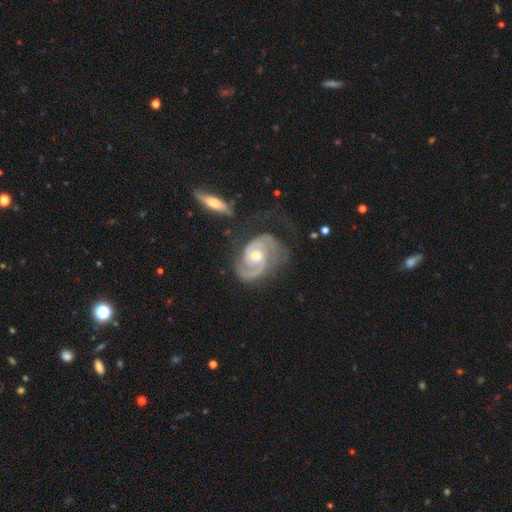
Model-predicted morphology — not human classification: smooth-or-featured: featured or disk: 91% | smooth: 5% | star or artifact: 4%
  disk-edge-on: no: 97% | yes: 3%
    bar: no: 59% | weak: 34% | strong: 8%
    has-spiral-arms: yes: 97% | no: 3%
      spiral-winding: medium: 45% | tight: 43% | loose: 12%
      spiral-arm-count: 2: 82% | can't tell: 6% | 1: 5% | 3: 5% | 4: 1% | more than 4: 1%
    bulge-size: moderate: 64% | small: 31% | large: 3% | none: 1% | dominant: 1%
  merging: none: 58% | minor disturbance: 22% | major disturbance: 15% | merger: 6%